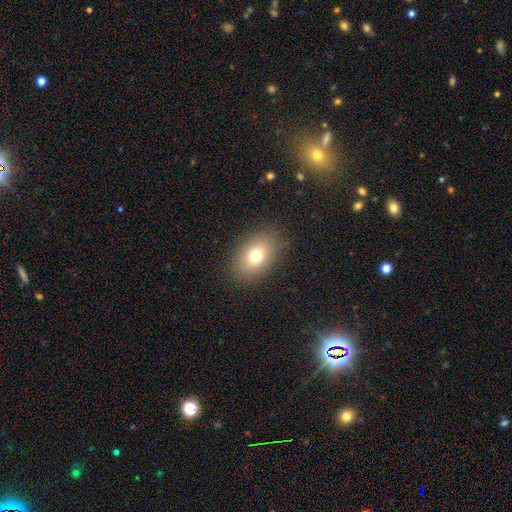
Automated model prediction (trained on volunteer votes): The model was most divided on "how rounded": in between: 79%, round: 20%, cigar-shaped: 1%. More confident: merging — none (86%); smooth or featured — smooth (74%).